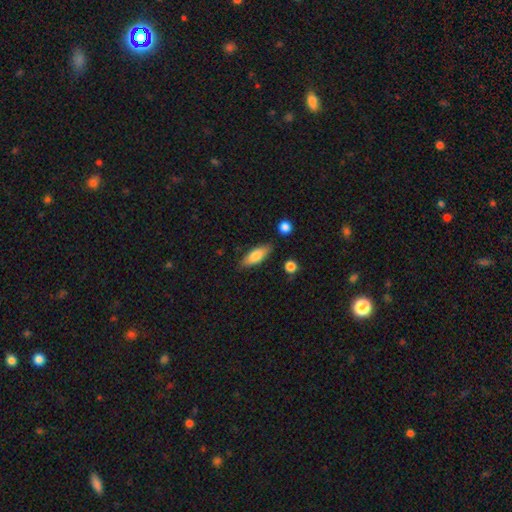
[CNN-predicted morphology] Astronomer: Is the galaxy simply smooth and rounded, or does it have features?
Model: smooth — 79%.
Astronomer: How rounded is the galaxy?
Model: in between — 65%.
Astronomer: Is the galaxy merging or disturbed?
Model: none — 82%.